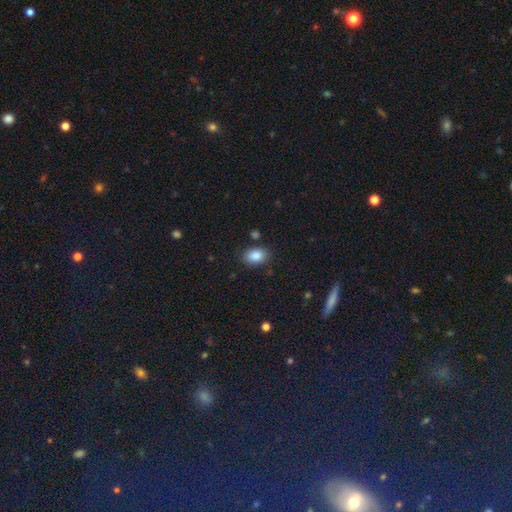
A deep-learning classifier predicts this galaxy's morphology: smooth_or_featured: smooth (p=0.87) [alt: star or artifact p=0.08]
how_rounded: in between (p=0.79) [alt: round p=0.19]
merging: none (p=0.82) [alt: minor disturbance p=0.12]